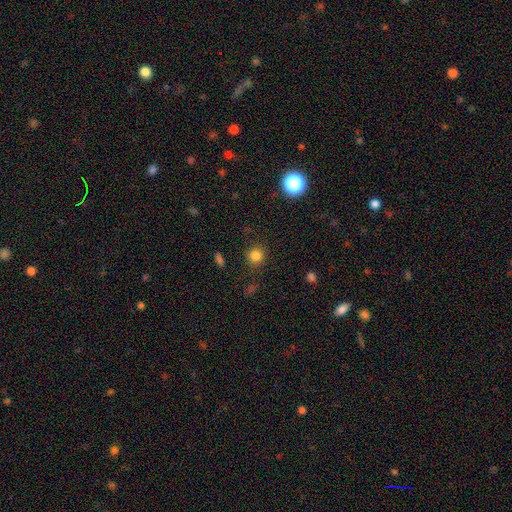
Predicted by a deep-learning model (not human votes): A smooth galaxy with no disk features (81%) that is round (91%).

Vote fractions:
- Smooth or featured? smooth: 81% / star or artifact: 14% / featured or disk: 5%
- How rounded? round: 91% / in between: 8% / cigar-shaped: 1%
- Merging? none: 87% / minor disturbance: 8% / major disturbance: 3% / merger: 2%